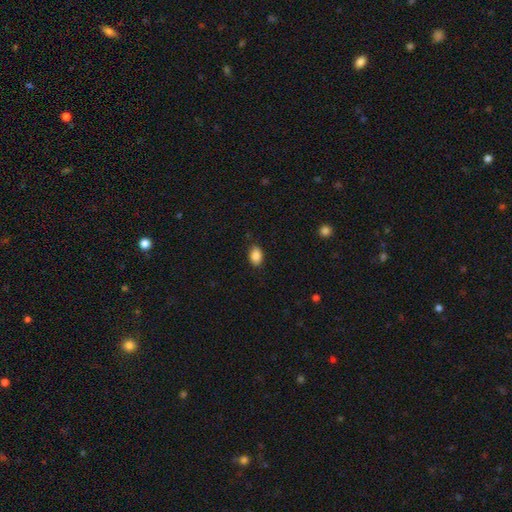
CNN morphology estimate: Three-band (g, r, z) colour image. It shows a smooth galaxy with no disk features (87%) that is in between round and cigar-shaped (83%). Merging: none (83%).